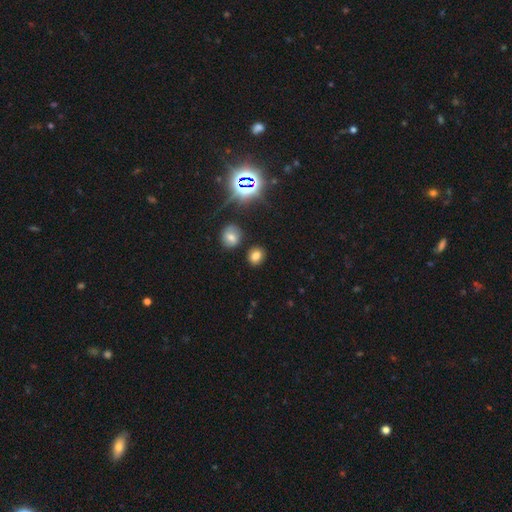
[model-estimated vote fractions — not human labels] A smooth galaxy with no disk features (74%) that is round (58%).

Vote fractions:
- Smooth or featured? smooth: 74% / star or artifact: 18% / featured or disk: 7%
- How rounded? round: 58% / in between: 40% / cigar-shaped: 1%
- Merging? none: 83% / minor disturbance: 8% / merger: 5% / major disturbance: 3%